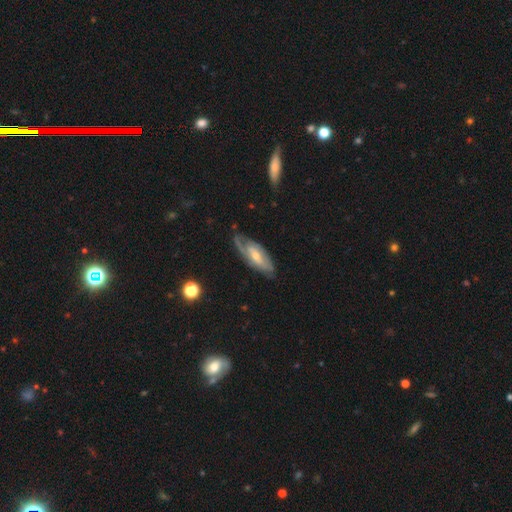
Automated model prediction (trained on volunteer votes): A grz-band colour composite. It shows a featured or disk galaxy (69%) with no bar (47%), spiral arms (79%) and a small central bulge (50%). Merging: none (63%).